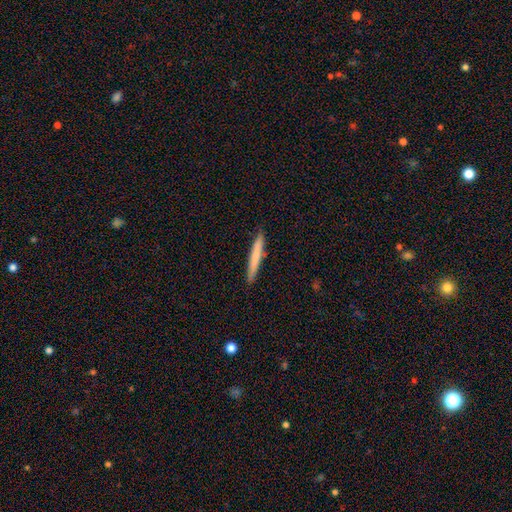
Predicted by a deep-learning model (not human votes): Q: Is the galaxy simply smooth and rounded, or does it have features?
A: smooth — 71%.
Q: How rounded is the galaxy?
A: cigar-shaped — 96%.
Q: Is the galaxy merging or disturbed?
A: none — 90%.